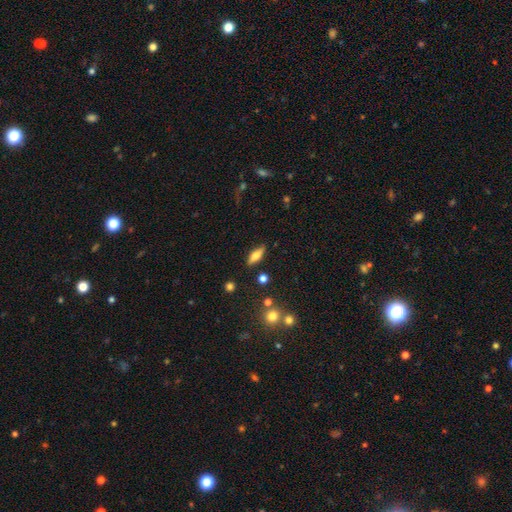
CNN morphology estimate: type=smooth (61%); roundness=in between (60%); merging=none (84%).